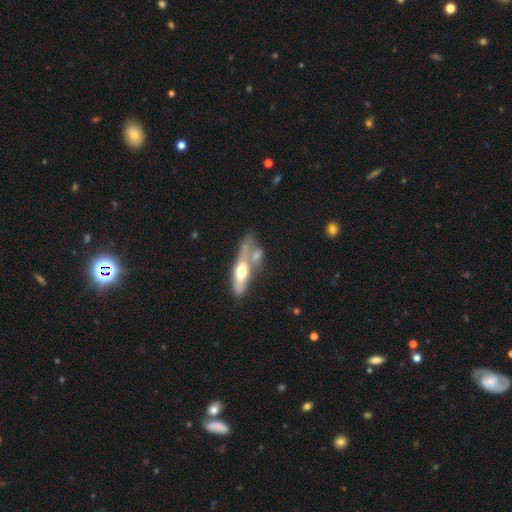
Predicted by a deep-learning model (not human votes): smooth-or-featured: featured or disk: 48% | smooth: 45% | star or artifact: 7%
  merging: merger: 43% | none: 33% | minor disturbance: 14% | major disturbance: 10%